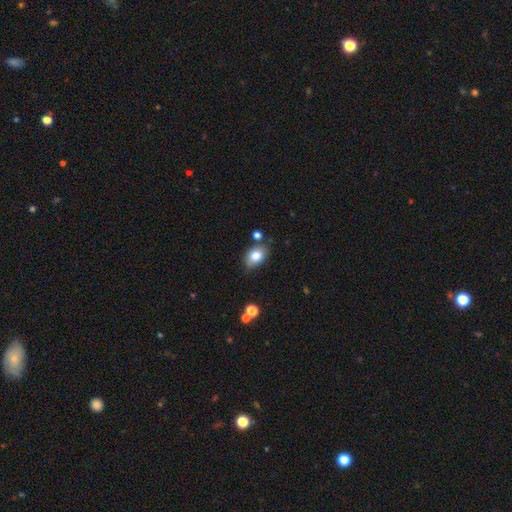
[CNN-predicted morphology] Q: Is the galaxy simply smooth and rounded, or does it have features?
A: smooth — 83%.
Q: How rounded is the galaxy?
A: in between — 83%.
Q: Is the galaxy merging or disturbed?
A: none — 71%.